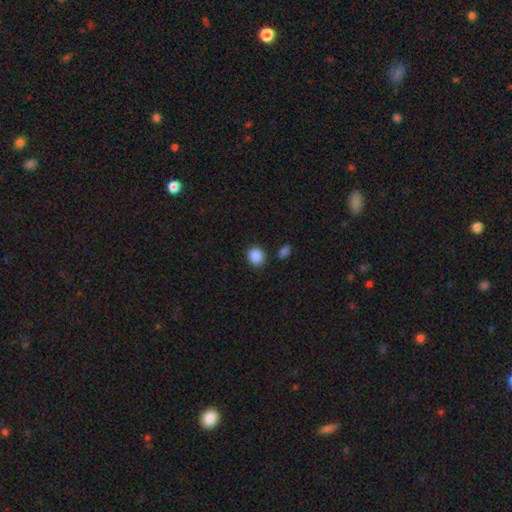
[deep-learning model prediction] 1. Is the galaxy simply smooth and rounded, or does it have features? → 88% smooth, 9% star or artifact, 3% featured or disk.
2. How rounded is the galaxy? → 70% round, 29% in between, 1% cigar-shaped.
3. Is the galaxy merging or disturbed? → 83% none, 10% minor disturbance, 4% merger, 3% major disturbance.